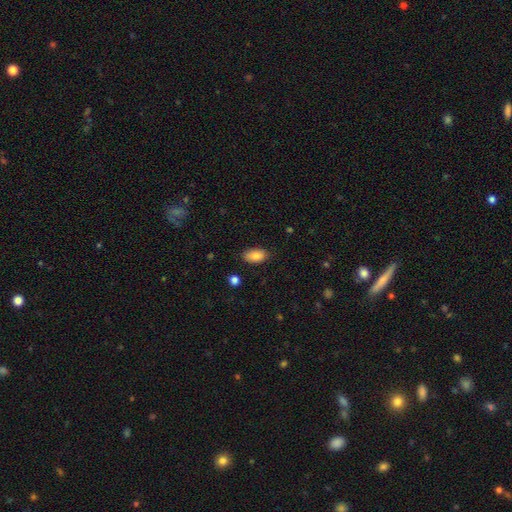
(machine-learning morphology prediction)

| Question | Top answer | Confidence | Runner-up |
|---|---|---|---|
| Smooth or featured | smooth | 86% | star or artifact (7%) |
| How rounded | in between | 93% | round (4%) |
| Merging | none | 85% | minor disturbance (11%) |